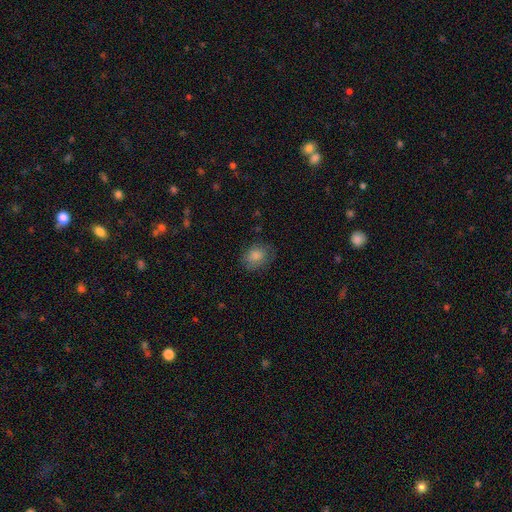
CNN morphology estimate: Smooth or featured?
  - smooth: 84% *
  - star or artifact: 9%
  - featured or disk: 8%
How rounded?
  - in between: 56% *
  - round: 43%
  - cigar-shaped: 1%
Merging?
  - none: 74% *
  - minor disturbance: 19%
  - major disturbance: 6%
  - merger: 1%